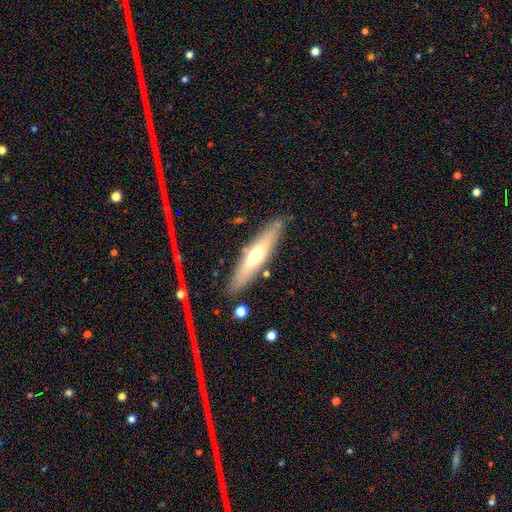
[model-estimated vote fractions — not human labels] This appears to be a featured or disk galaxy (49%). Merging: none (84%).